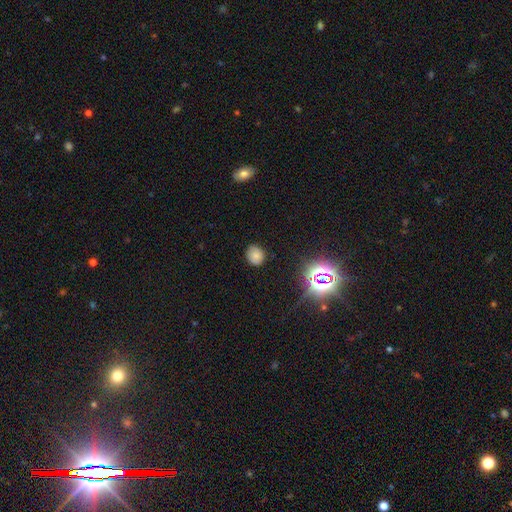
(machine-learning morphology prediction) Q: Smooth or featured?
A: smooth (74%); runner-up: star or artifact (18%)
Q: How rounded?
A: round (65%); runner-up: in between (34%)
Q: Merging?
A: none (83%); runner-up: minor disturbance (13%)